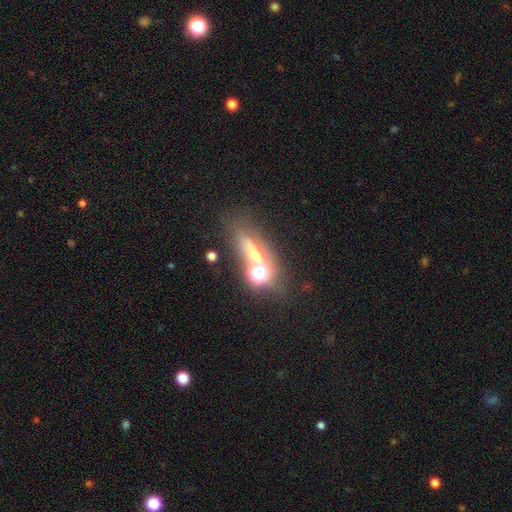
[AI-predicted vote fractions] Q: Smooth or featured?
A: star or artifact (37%); runner-up: smooth (35%)